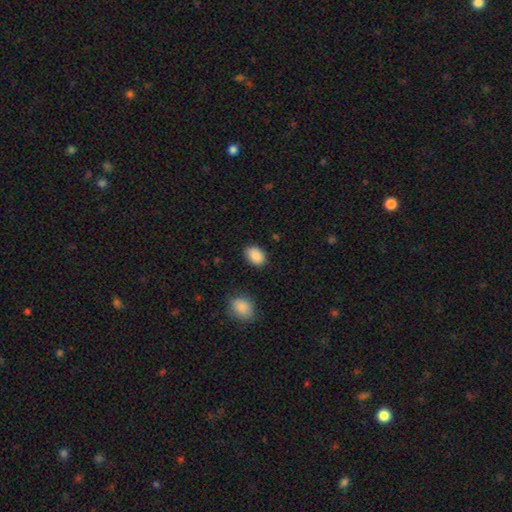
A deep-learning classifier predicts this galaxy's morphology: Smooth or featured? smooth (89%)
How rounded? in between (84%)
Merging? none (83%)